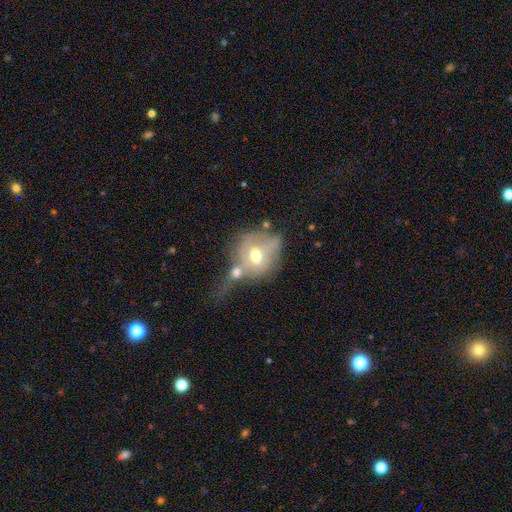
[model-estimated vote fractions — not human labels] A smooth galaxy with no disk features (52%) that is round (71%).

Vote fractions:
- Smooth or featured? smooth: 52% / featured or disk: 38% / star or artifact: 9%
- How rounded? round: 71% / in between: 27% / cigar-shaped: 2%
- Merging? merger: 47% / none: 23% / major disturbance: 16% / minor disturbance: 14%